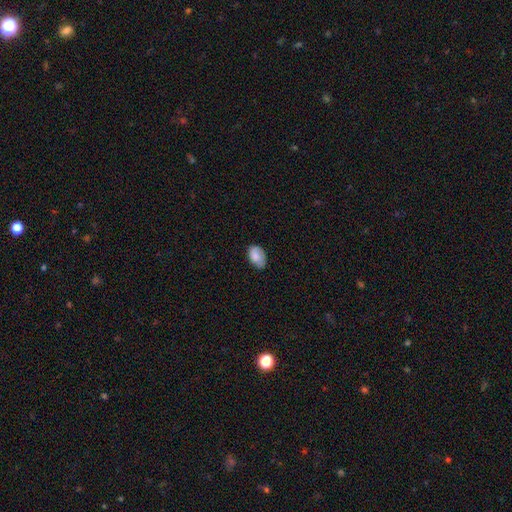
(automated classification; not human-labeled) A smooth galaxy with no disk features (82%) that is in between round and cigar-shaped (89%). Merging: none (69%).